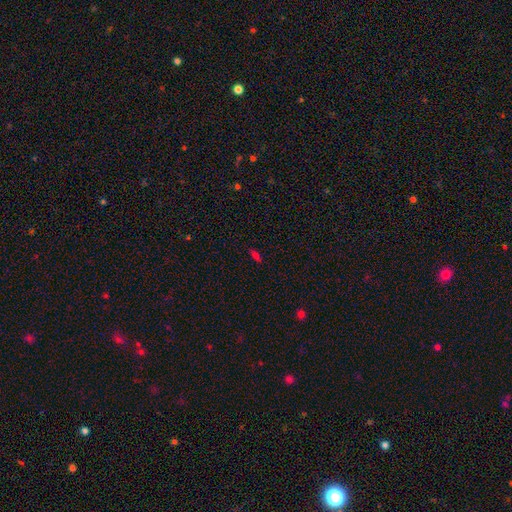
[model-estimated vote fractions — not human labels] Smooth or featured? Predicted: smooth (p=0.64). How rounded? Predicted: in between (p=0.75). Merging? Predicted: none (p=0.82).